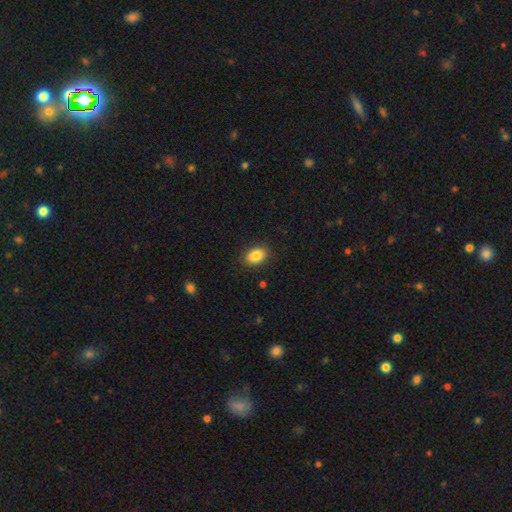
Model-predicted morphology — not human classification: smooth-or-featured: smooth: 86% | star or artifact: 8% | featured or disk: 6%
  how-rounded: in between: 81% | round: 17% | cigar-shaped: 1%
  merging: none: 88% | minor disturbance: 8% | major disturbance: 2% | merger: 1%